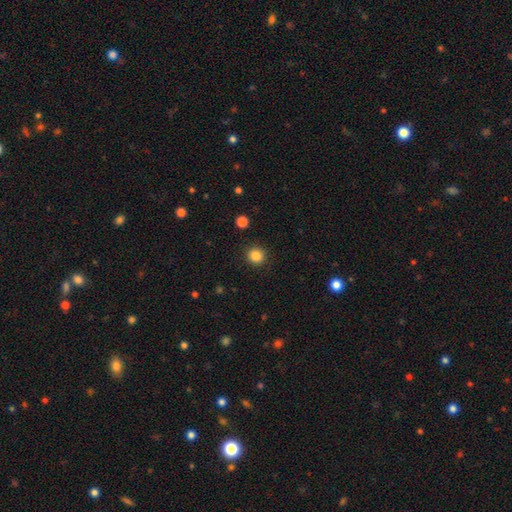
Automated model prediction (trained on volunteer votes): A smooth galaxy with no disk features (85%) that is round (92%). Merging: none (91%).